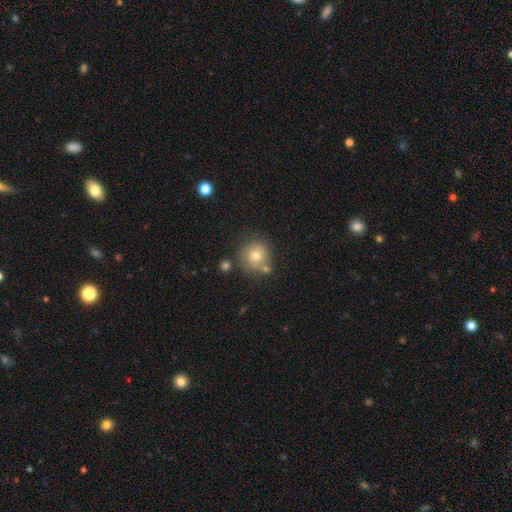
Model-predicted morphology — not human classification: Smooth or featured?
  - smooth: 73% *
  - featured or disk: 15%
  - star or artifact: 11%
How rounded?
  - round: 90% *
  - in between: 9%
  - cigar-shaped: 1%
Merging?
  - none: 66% *
  - minor disturbance: 15%
  - merger: 14%
  - major disturbance: 5%